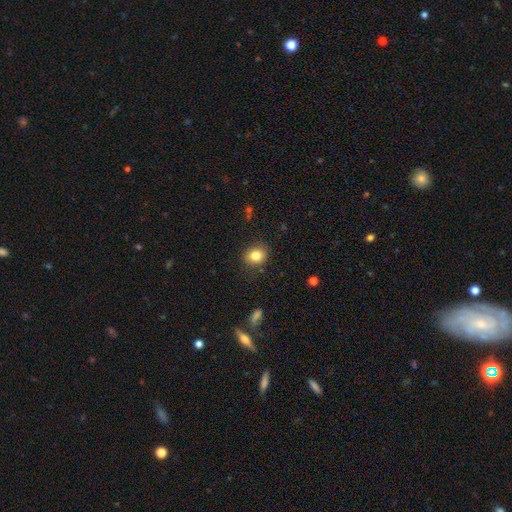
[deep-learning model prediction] The model was most divided on "how rounded": round: 56%, in between: 43%, cigar-shaped: 1%. More confident: merging — none (84%); smooth or featured — smooth (81%).